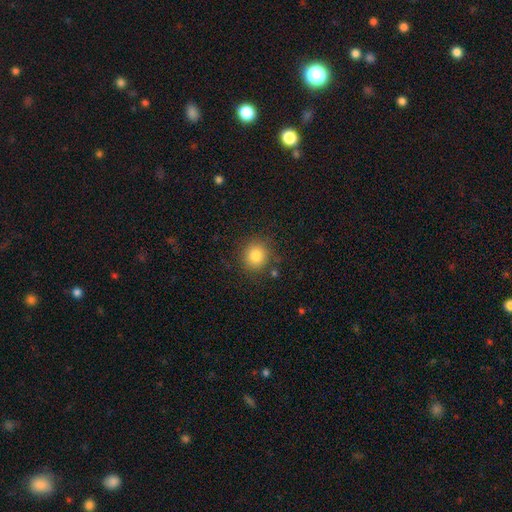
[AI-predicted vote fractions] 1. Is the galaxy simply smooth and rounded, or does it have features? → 82% smooth, 11% star or artifact, 7% featured or disk.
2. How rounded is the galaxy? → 88% round, 11% in between, 1% cigar-shaped.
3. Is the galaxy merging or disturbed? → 86% none, 9% minor disturbance, 3% major disturbance, 2% merger.